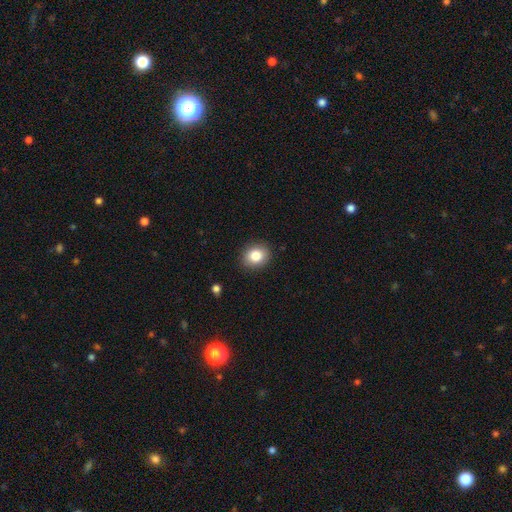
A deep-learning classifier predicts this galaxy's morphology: Smooth or featured?
  - smooth: 84% *
  - star or artifact: 9%
  - featured or disk: 7%
How rounded?
  - round: 62% *
  - in between: 37%
  - cigar-shaped: 1%
Merging?
  - none: 89% *
  - minor disturbance: 8%
  - major disturbance: 2%
  - merger: 1%